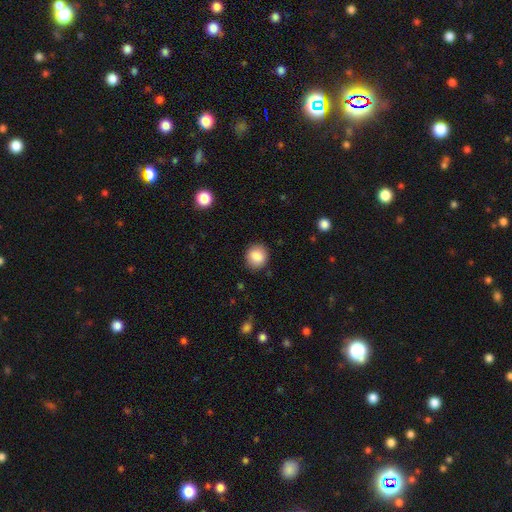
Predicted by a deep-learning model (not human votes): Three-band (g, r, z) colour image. It shows a smooth galaxy with no disk features (87%) that is round (84%). Merging: none (87%).